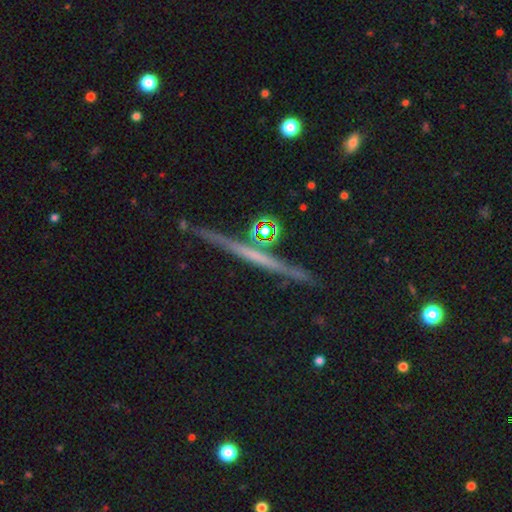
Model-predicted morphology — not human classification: A featured or disk galaxy (64%) viewed edge-on (97%) with no central bulge (83%). Merging: none (86%).